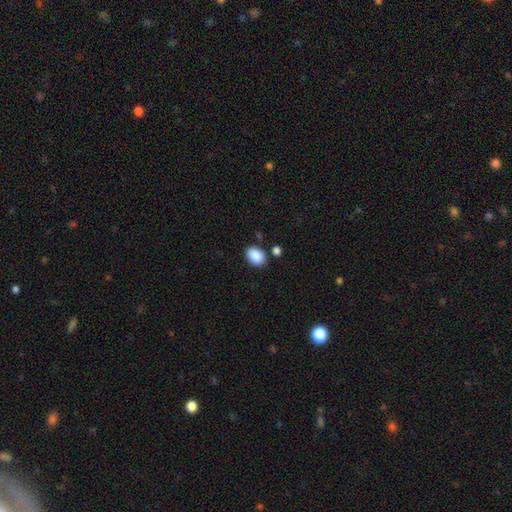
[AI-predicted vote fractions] Smooth or featured?
  - smooth: 88% *
  - star or artifact: 8%
  - featured or disk: 4%
How rounded?
  - in between: 73% *
  - round: 26%
  - cigar-shaped: 1%
Merging?
  - none: 80% *
  - minor disturbance: 11%
  - merger: 6%
  - major disturbance: 3%